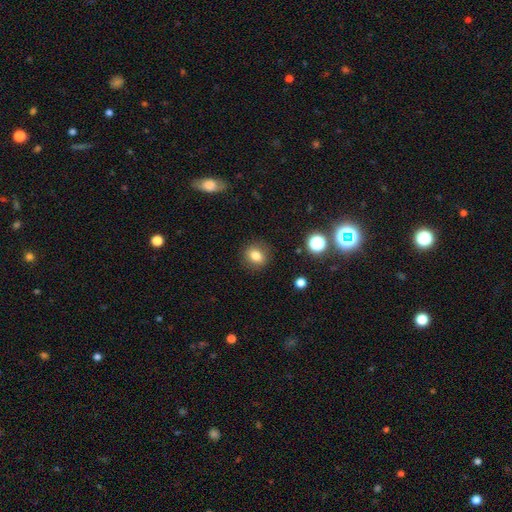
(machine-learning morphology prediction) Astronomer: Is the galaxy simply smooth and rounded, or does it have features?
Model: smooth — 80%.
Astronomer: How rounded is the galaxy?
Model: round — 67%.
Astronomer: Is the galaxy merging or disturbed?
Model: none — 87%.